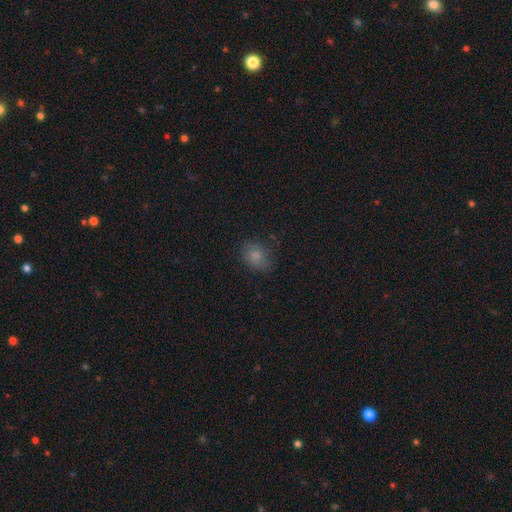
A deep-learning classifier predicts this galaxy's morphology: type=smooth (81%); roundness=in between (56%); merging=none (75%).